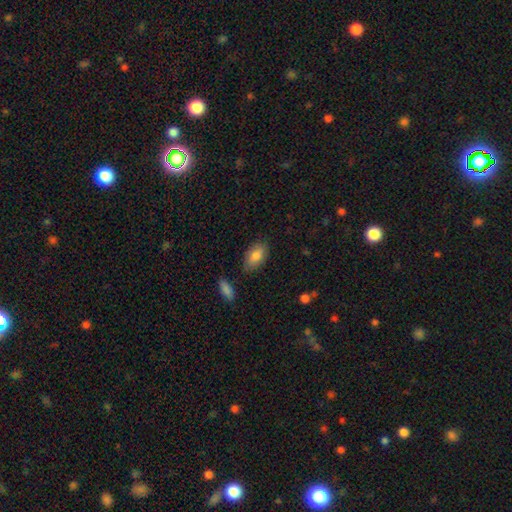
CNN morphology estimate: This appears to be a smooth galaxy with no disk features (81%) that is in between round and cigar-shaped (91%). Merging: none (81%).